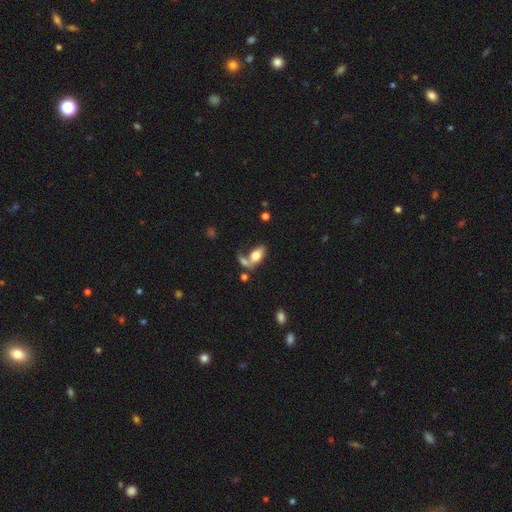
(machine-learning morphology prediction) smooth 71%, featured or disk 21%, star or artifact 8%. Down the decision tree: how rounded — in between (87%); merging — merger (41%).